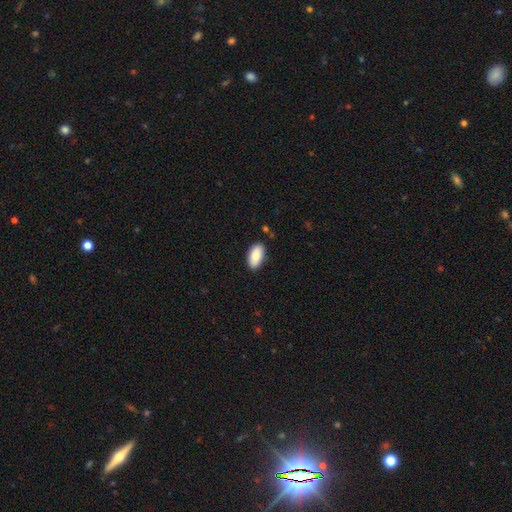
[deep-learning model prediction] Overall: smooth (83%). How rounded: in between (95%). Merging: none (87%).